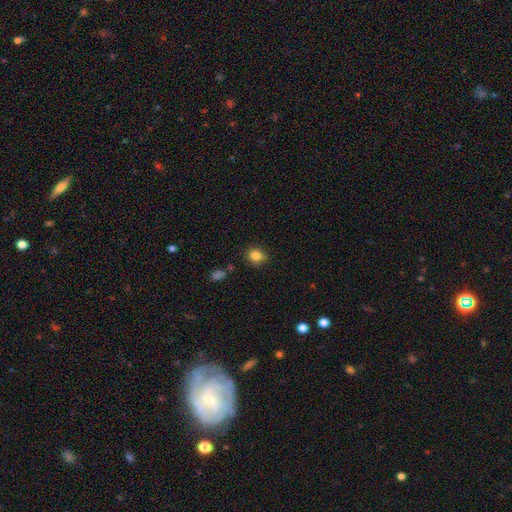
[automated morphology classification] type=smooth (84%); roundness=round (67%); merging=none (80%).